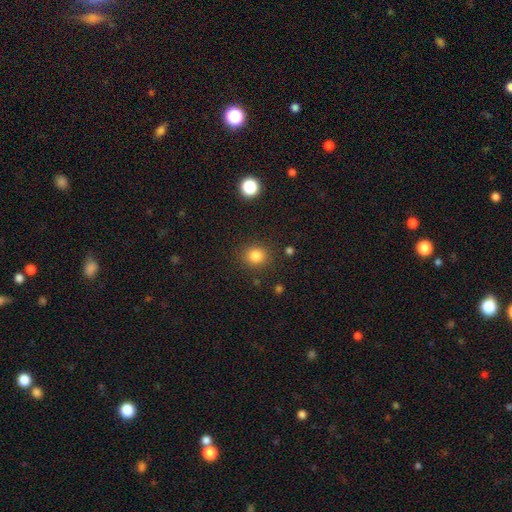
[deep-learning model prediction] A smooth galaxy with no disk features (83%) that is round (82%).

Vote fractions:
- Smooth or featured? smooth: 83% / star or artifact: 12% / featured or disk: 5%
- How rounded? round: 82% / in between: 17% / cigar-shaped: 1%
- Merging? none: 87% / minor disturbance: 8% / major disturbance: 3% / merger: 2%